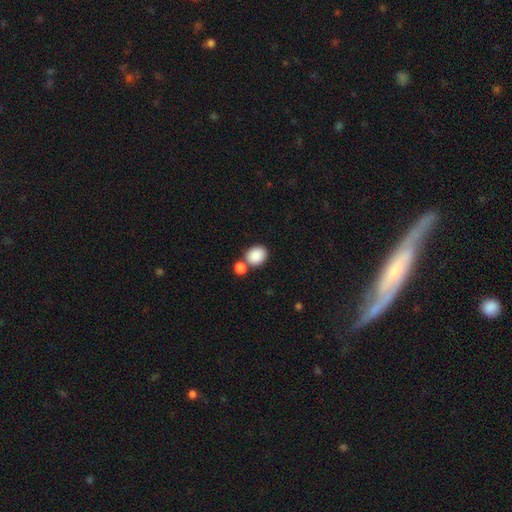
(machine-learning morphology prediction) A smooth galaxy with no disk features (87%) that is round (52%). Merging: none (59%).